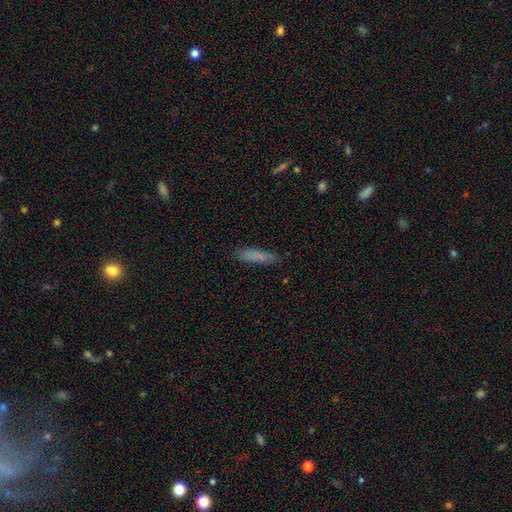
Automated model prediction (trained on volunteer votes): Smooth or featured? smooth (76%)
How rounded? cigar-shaped (70%)
Merging? none (82%)